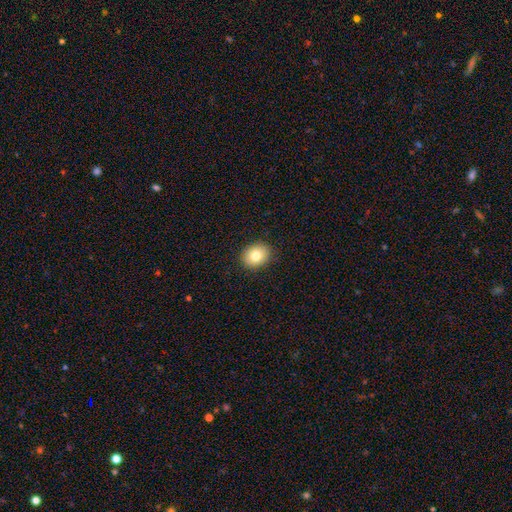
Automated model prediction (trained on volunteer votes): Q: Smooth or featured?
A: smooth (80%); runner-up: featured or disk (10%)
Q: How rounded?
A: round (52%); runner-up: in between (47%)
Q: Merging?
A: none (89%); runner-up: minor disturbance (8%)